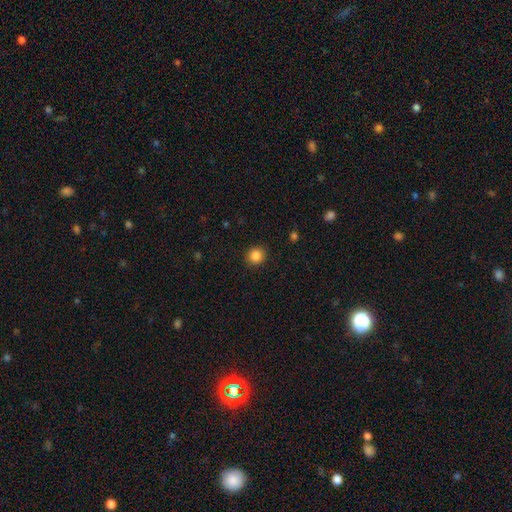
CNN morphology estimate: This appears to be a smooth galaxy with no disk features (86%) that is round (87%). Merging: none (91%).